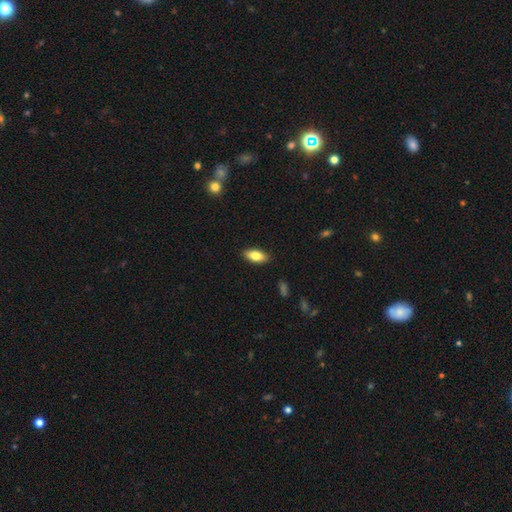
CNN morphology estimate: Smooth or featured? smooth (80%)
How rounded? in between (84%)
Merging? none (89%)